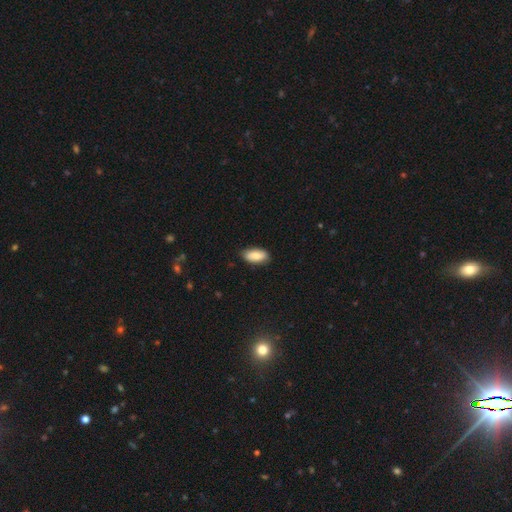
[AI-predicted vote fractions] smooth_or_featured: smooth (p=0.82) [alt: featured or disk p=0.11]
how_rounded: in between (p=0.91) [alt: cigar-shaped p=0.07]
merging: none (p=0.84) [alt: minor disturbance p=0.13]